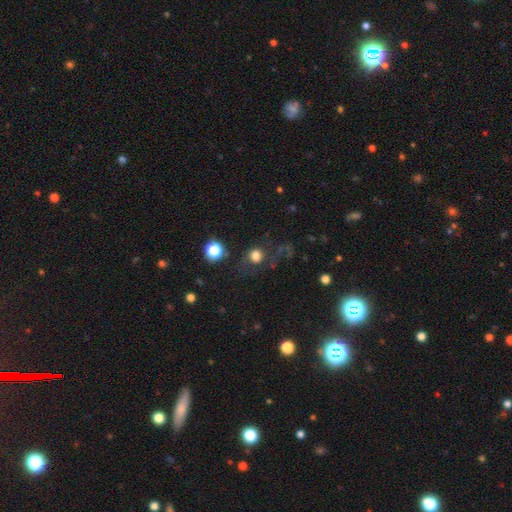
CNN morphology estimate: smooth_or_featured: smooth (p=0.70) [alt: star or artifact p=0.16]
how_rounded: round (p=0.83) [alt: in between p=0.16]
merging: none (p=0.57) [alt: major disturbance p=0.22]